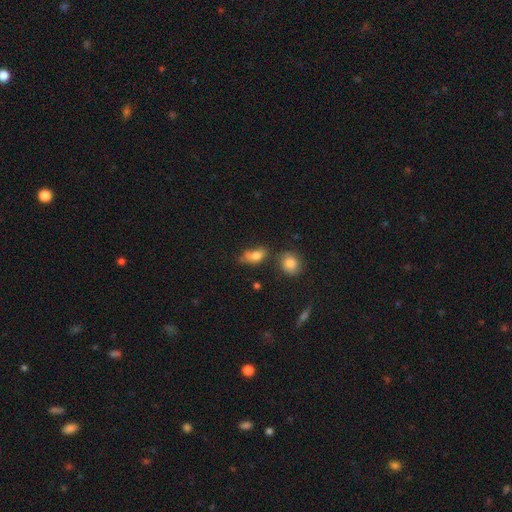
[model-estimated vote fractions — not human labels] This appears to be a smooth galaxy with no disk features (75%) that is in between round and cigar-shaped (80%). Merging: none (42%).